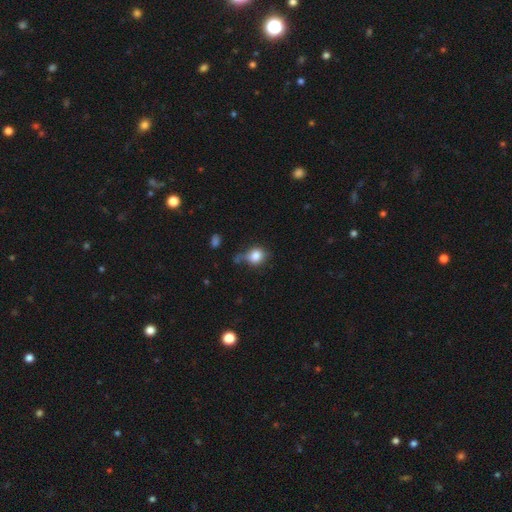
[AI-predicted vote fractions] Q: Smooth or featured?
A: smooth (82%); runner-up: star or artifact (10%)
Q: How rounded?
A: round (74%); runner-up: in between (24%)
Q: Merging?
A: none (55%); runner-up: minor disturbance (24%)